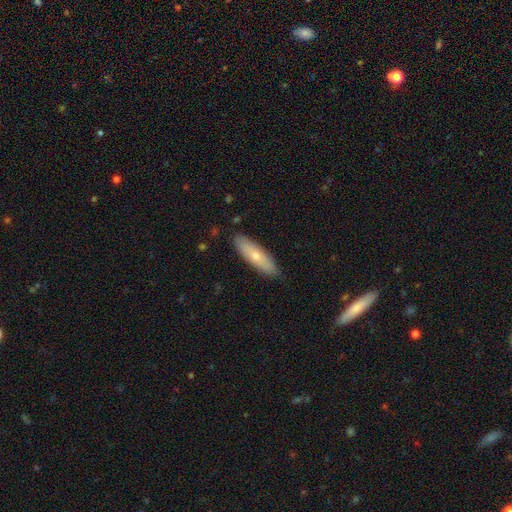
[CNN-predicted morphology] A smooth galaxy with no disk features (62%) that is cigar-shaped (59%).

Vote fractions:
- Smooth or featured? smooth: 62% / featured or disk: 33% / star or artifact: 6%
- How rounded? cigar-shaped: 59% / in between: 39% / round: 2%
- Merging? none: 86% / minor disturbance: 11% / major disturbance: 2% / merger: 1%